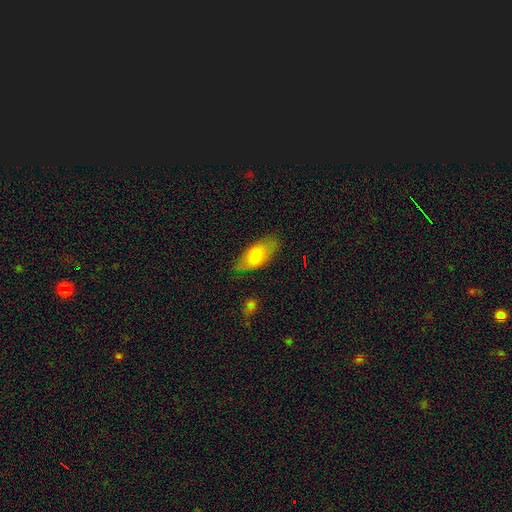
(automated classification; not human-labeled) A smooth galaxy with no disk features (77%) that is in between round and cigar-shaped (87%). Merging: none (70%).